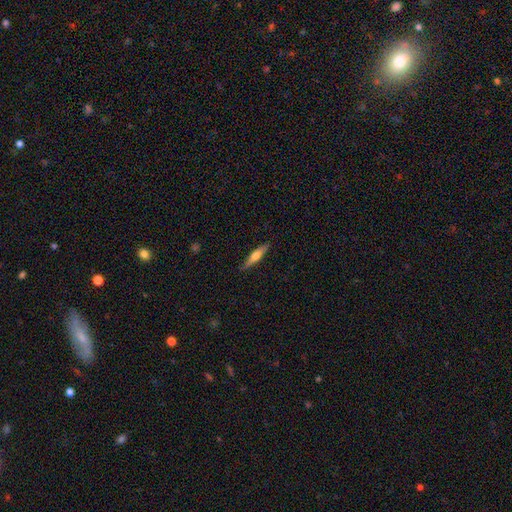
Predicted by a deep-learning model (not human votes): Q: Smooth or featured?
A: featured or disk (48%); runner-up: smooth (46%)
Q: Merging?
A: none (87%); runner-up: minor disturbance (10%)